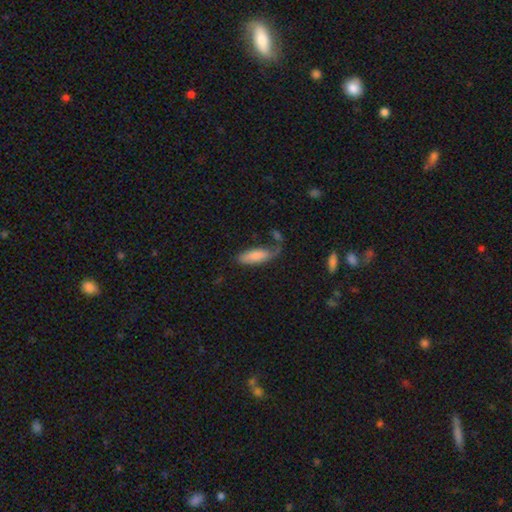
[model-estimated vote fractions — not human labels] Smooth or featured? Predicted: smooth (p=0.79). How rounded? Predicted: in between (p=0.66). Merging? Predicted: none (p=0.46).